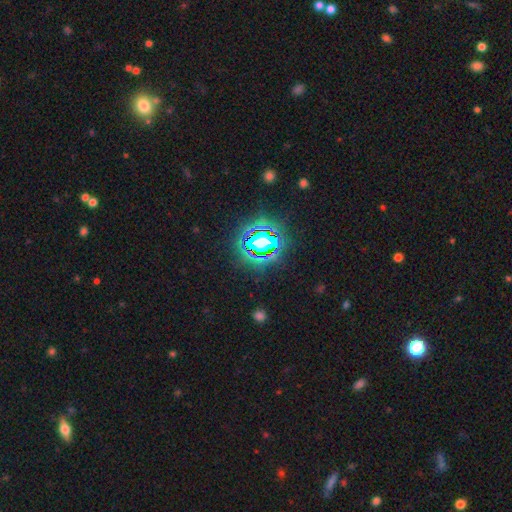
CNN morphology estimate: This appears to be a star or artifact, not a galaxy (80%).